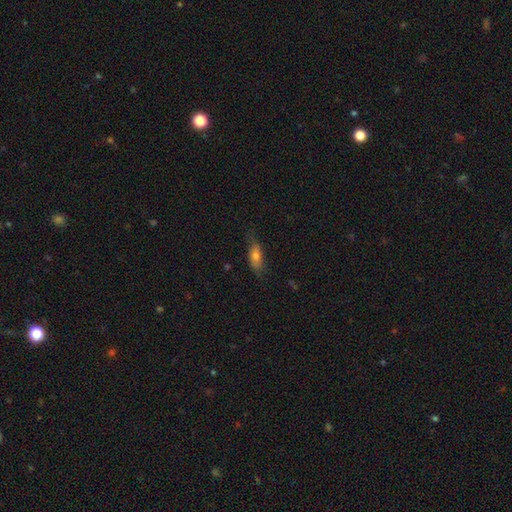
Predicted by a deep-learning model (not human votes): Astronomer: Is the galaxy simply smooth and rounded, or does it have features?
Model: smooth — 72%.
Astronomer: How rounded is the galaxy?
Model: in between — 70%.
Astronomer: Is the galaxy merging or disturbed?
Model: none — 68%.